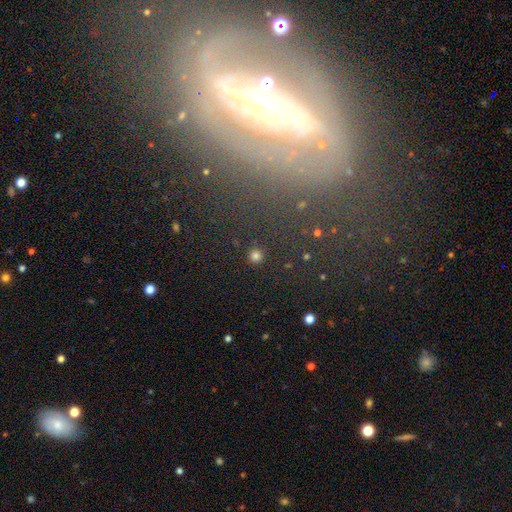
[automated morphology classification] Smooth or featured?
  - smooth: 79% *
  - star or artifact: 16%
  - featured or disk: 5%
How rounded?
  - round: 95% *
  - in between: 4%
  - cigar-shaped: 1%
Merging?
  - none: 90% *
  - minor disturbance: 5%
  - major disturbance: 2%
  - merger: 2%